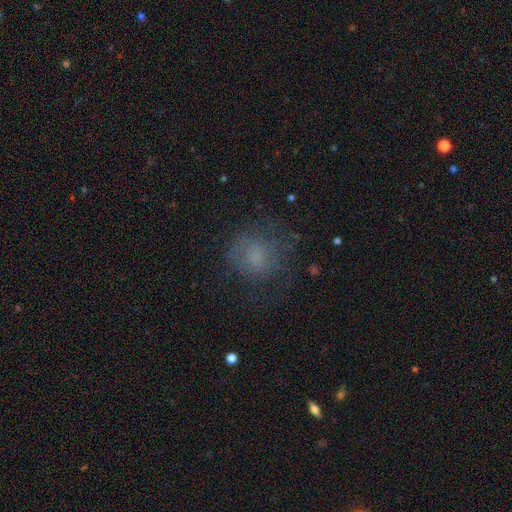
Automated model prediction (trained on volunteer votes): Smooth or featured?
  - smooth: 63% *
  - featured or disk: 20%
  - star or artifact: 17%
How rounded?
  - round: 79% *
  - in between: 20%
  - cigar-shaped: 1%
Merging?
  - none: 64% *
  - minor disturbance: 18%
  - major disturbance: 16%
  - merger: 1%